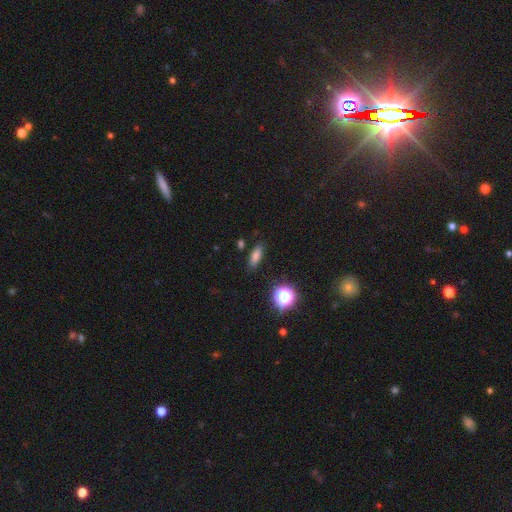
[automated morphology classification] Smooth or featured? smooth (76%)
How rounded? in between (63%)
Merging? none (85%)